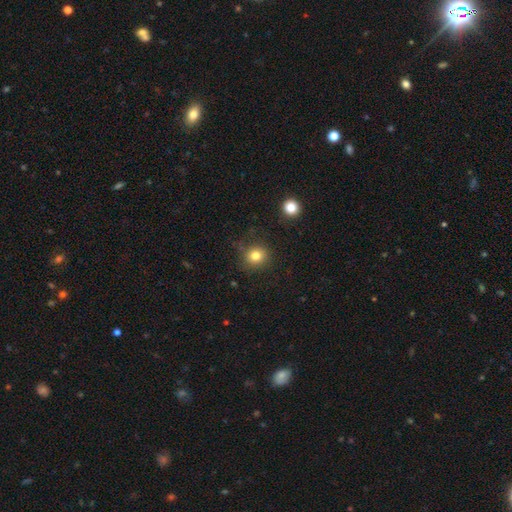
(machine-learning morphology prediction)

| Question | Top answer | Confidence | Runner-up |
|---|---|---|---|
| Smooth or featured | smooth | 80% | star or artifact (13%) |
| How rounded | round | 87% | in between (12%) |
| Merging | none | 84% | minor disturbance (10%) |